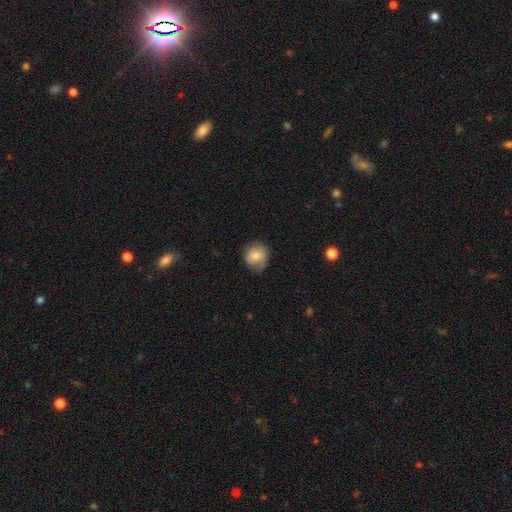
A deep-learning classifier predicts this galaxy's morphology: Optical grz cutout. It shows a smooth galaxy with no disk features (67%) that is round (75%). Merging: none (59%).